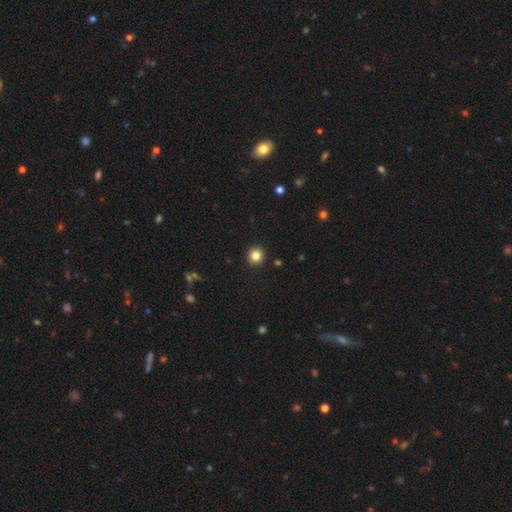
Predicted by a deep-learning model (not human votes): A smooth galaxy with no disk features (84%) that is round (91%).

Vote fractions:
- Smooth or featured? smooth: 84% / star or artifact: 11% / featured or disk: 5%
- How rounded? round: 91% / in between: 8% / cigar-shaped: 1%
- Merging? none: 93% / minor disturbance: 5% / major disturbance: 2% / merger: 1%